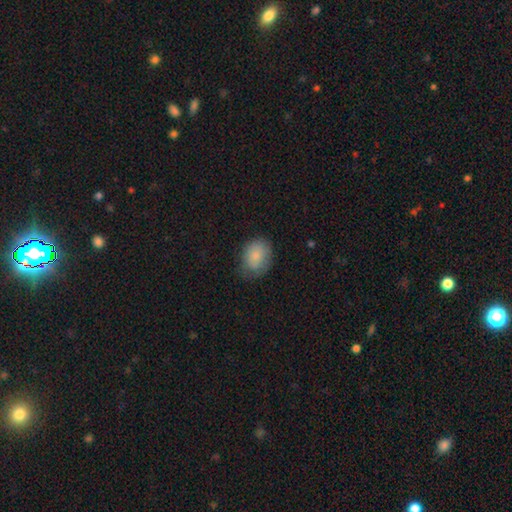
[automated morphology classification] The model was most divided on "how rounded": in between: 59%, round: 40%, cigar-shaped: 1%. More confident: smooth or featured — smooth (83%); merging — none (62%).